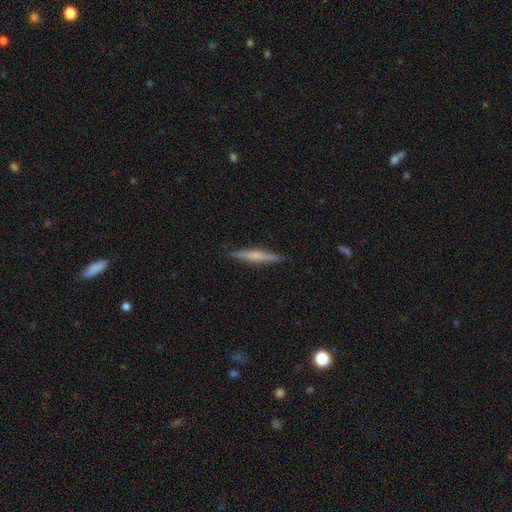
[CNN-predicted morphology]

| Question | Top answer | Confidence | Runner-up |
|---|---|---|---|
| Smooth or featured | featured or disk | 52% | smooth (41%) |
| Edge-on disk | yes | 97% | no (3%) |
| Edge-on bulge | rounded | 64% | none (26%) |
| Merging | none | 90% | minor disturbance (7%) |